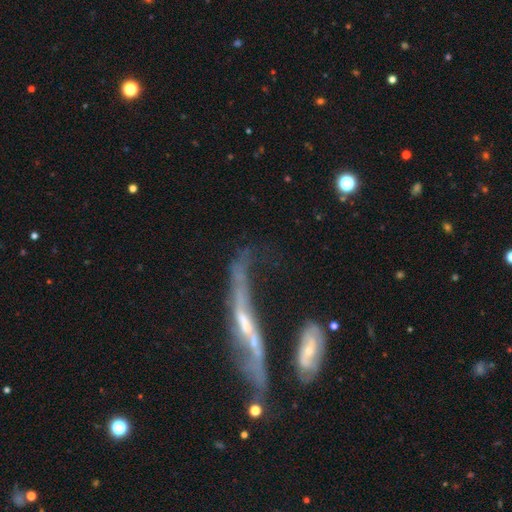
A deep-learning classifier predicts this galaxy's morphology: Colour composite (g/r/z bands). It shows a featured or disk galaxy (71%). Merging: none (31%).